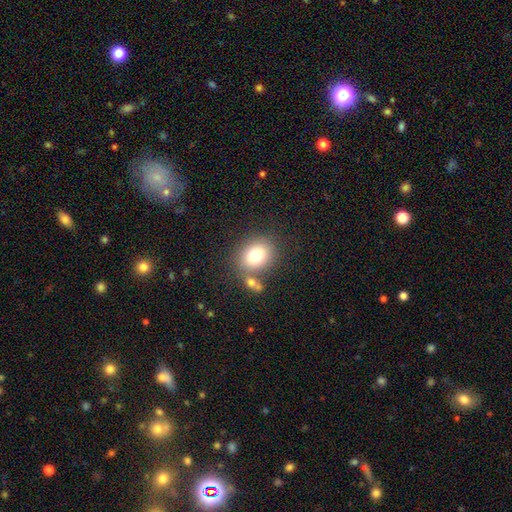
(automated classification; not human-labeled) Smooth or featured? Predicted: smooth (p=0.77). How rounded? Predicted: in between (p=0.51). Merging? Predicted: none (p=0.67).